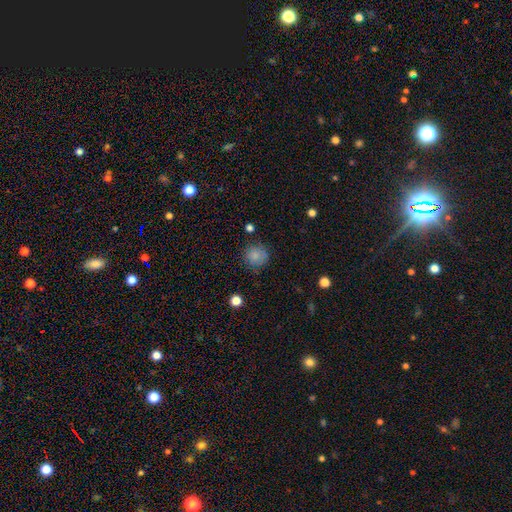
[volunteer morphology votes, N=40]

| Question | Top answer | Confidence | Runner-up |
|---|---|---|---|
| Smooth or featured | smooth | 82% | star or artifact (12%) |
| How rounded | round | 82% | in between (12%) |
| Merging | none | 86% | minor disturbance (14%) |